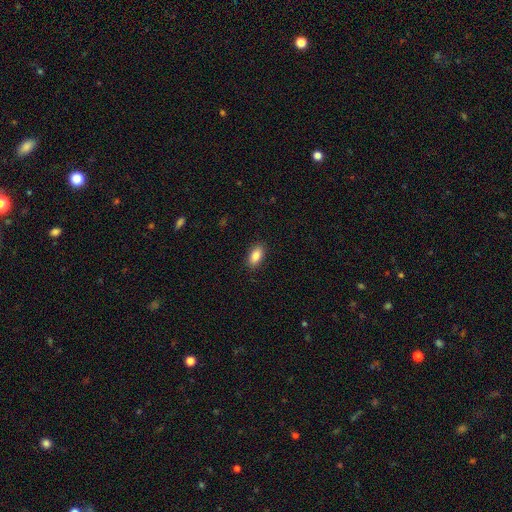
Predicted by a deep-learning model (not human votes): Q: Smooth or featured?
A: smooth (87%); runner-up: star or artifact (7%)
Q: How rounded?
A: in between (92%); runner-up: cigar-shaped (4%)
Q: Merging?
A: none (89%); runner-up: minor disturbance (8%)